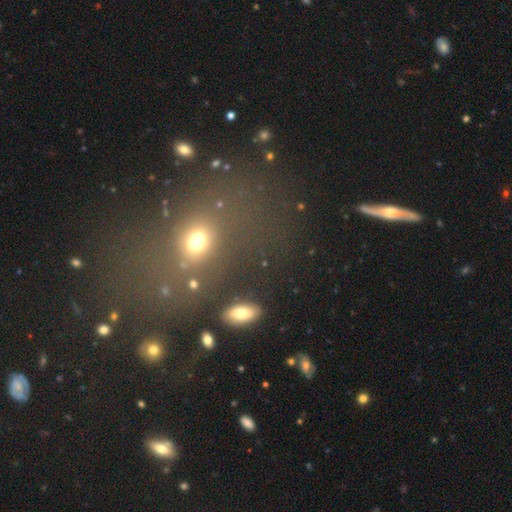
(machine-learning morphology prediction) smooth 44%, star or artifact 37%, featured or disk 19%. Down the decision tree: merging — none (69%).